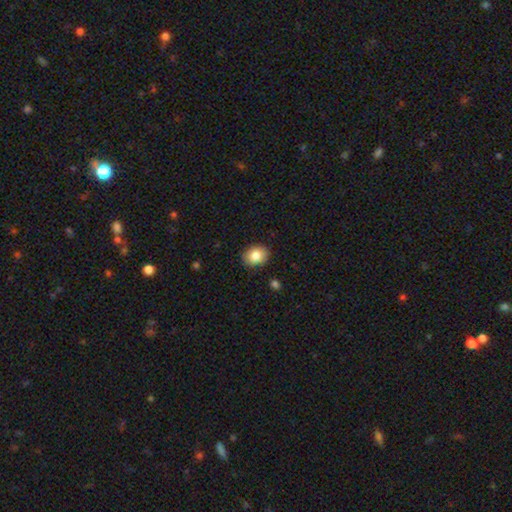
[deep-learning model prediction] smooth_or_featured: smooth (p=0.84) [alt: star or artifact p=0.08]
how_rounded: in between (p=0.59) [alt: round p=0.40]
merging: none (p=0.87) [alt: minor disturbance p=0.10]